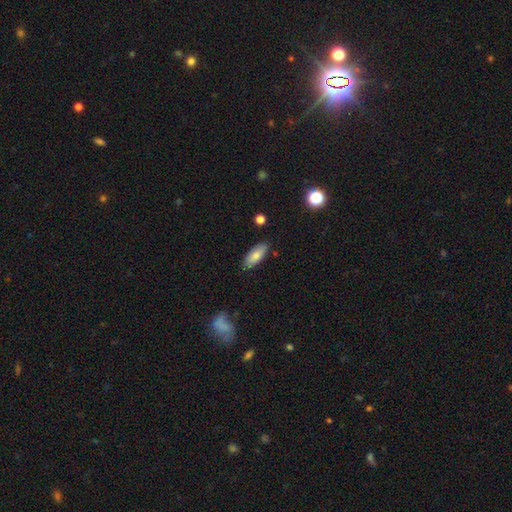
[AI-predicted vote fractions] Morphology: type=smooth (78%); roundness=in between (79%); merging=none (84%).